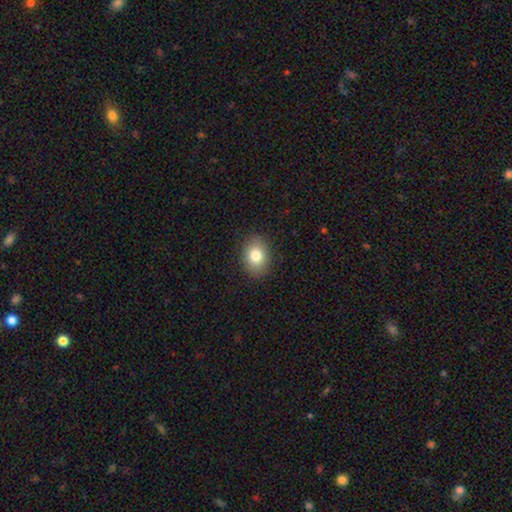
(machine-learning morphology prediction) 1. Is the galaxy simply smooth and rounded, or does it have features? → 81% smooth, 10% featured or disk, 9% star or artifact.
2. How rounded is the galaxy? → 70% in between, 29% round, 1% cigar-shaped.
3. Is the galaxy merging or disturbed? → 89% none, 8% minor disturbance, 2% major disturbance, 1% merger.